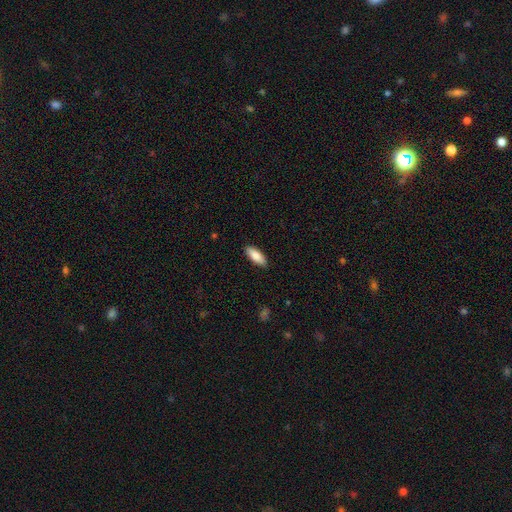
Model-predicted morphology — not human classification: This is clearly a smooth galaxy (83%). How rounded: likely in between (73%). Merging: clearly none (89%).